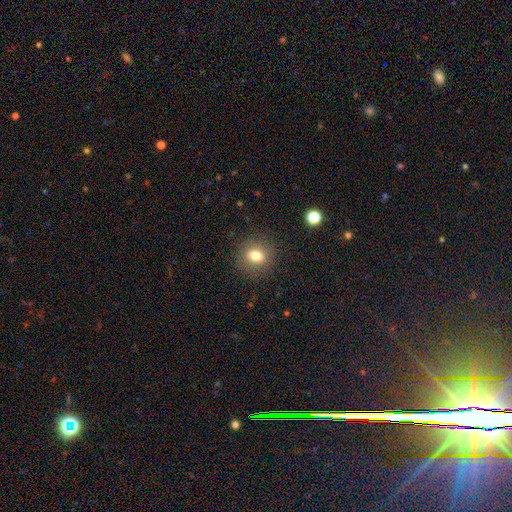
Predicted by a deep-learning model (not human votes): This appears to be a smooth galaxy with no disk features (79%) that is round (73%). Merging: none (87%).